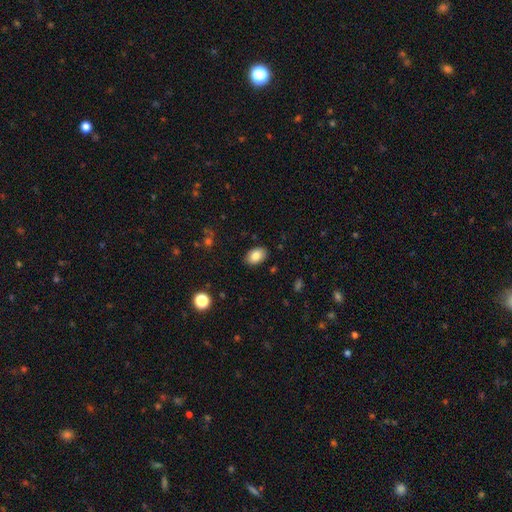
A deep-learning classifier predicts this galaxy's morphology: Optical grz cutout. It shows a smooth galaxy with no disk features (84%) that is in between round and cigar-shaped (87%). Merging: none (87%).